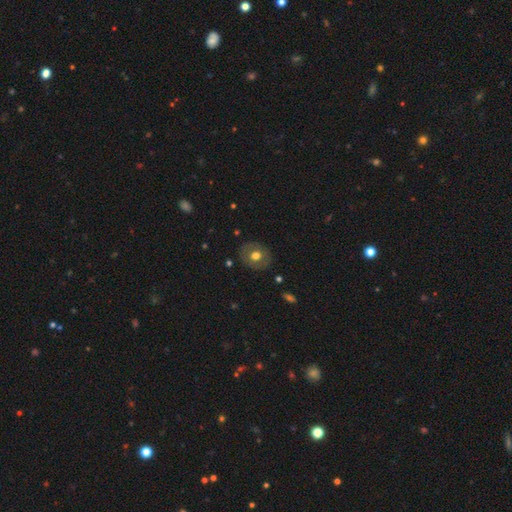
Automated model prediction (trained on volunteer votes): The model was most divided on "smooth or featured": smooth: 58%, featured or disk: 34%, star or artifact: 8%. More confident: merging — none (85%); how rounded — round (67%).